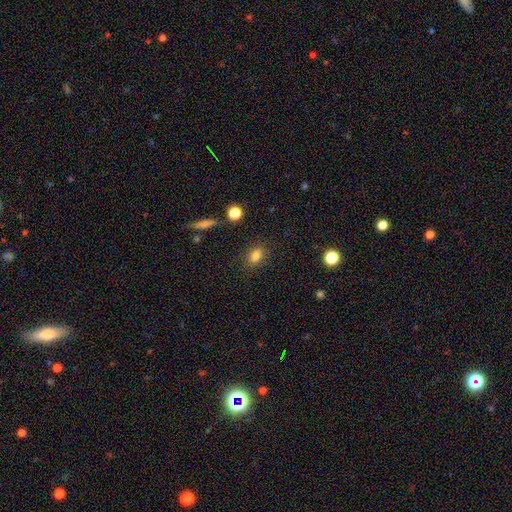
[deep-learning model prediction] Smooth or featured? Predicted: smooth (p=0.82). How rounded? Predicted: in between (p=0.76). Merging? Predicted: none (p=0.84).